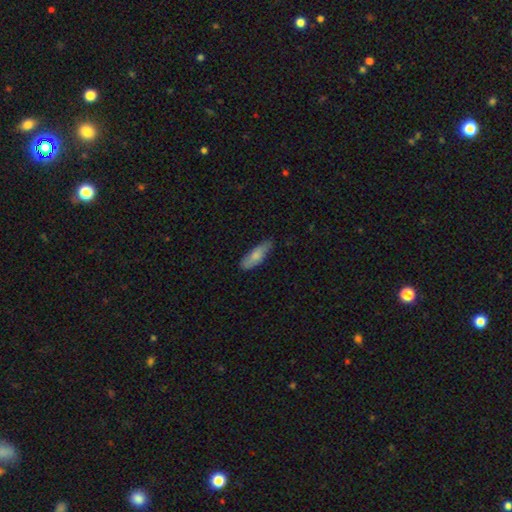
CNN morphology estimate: Smooth or featured? Predicted: smooth (p=0.73). How rounded? Predicted: in between (p=0.57). Merging? Predicted: none (p=0.71).